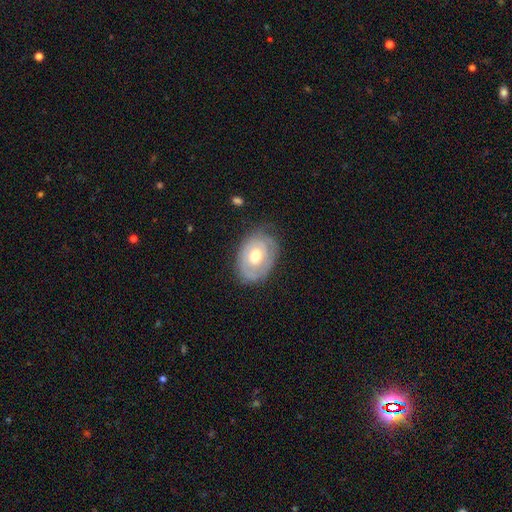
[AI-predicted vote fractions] Smooth or featured: featured or disk — 58% (smooth — 36%)
Edge-on disk: no — 94% (yes — 6%)
Bar: no — 81% (weak — 16%)
Spiral arms: yes — 54% (no — 46%)
Bulge size: moderate — 74% (large — 13%)
Merging: none — 70% (minor disturbance — 22%)